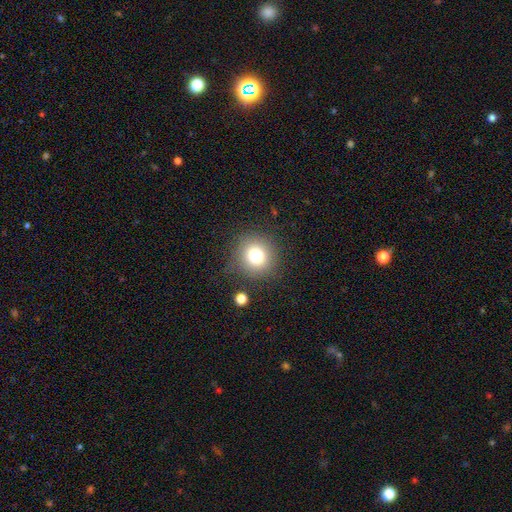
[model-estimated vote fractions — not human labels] The model was most divided on "smooth or featured": smooth: 76%, star or artifact: 14%, featured or disk: 10%. More confident: how rounded — round (91%); merging — none (84%).